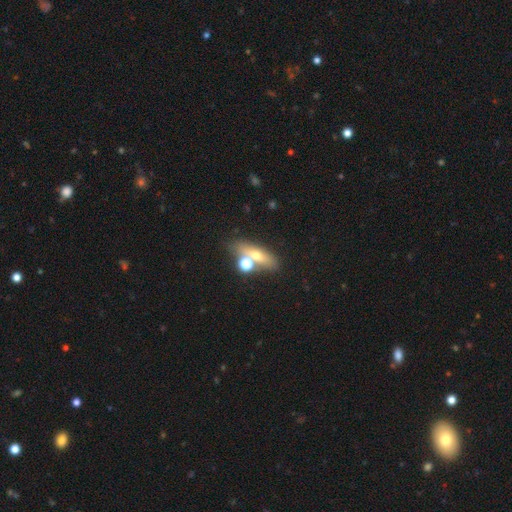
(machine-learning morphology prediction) smooth_or_featured: smooth (p=0.55) [alt: featured or disk p=0.31]
how_rounded: in between (p=0.52) [alt: cigar-shaped p=0.30]
merging: none (p=0.59) [alt: merger p=0.24]